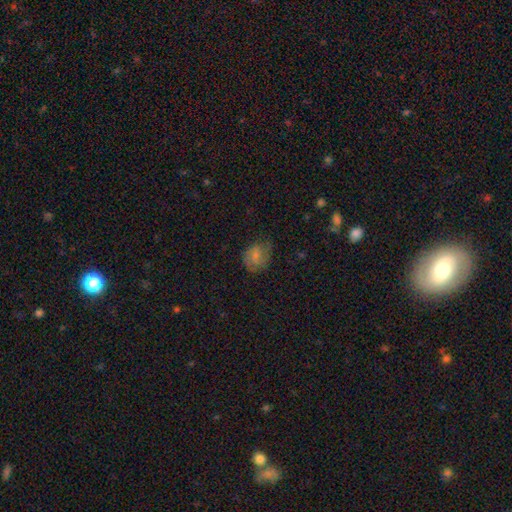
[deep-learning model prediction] smooth_or_featured: smooth (p=0.51) [alt: featured or disk p=0.40]
how_rounded: in between (p=0.51) [alt: round p=0.48]
merging: none (p=0.59) [alt: minor disturbance p=0.27]